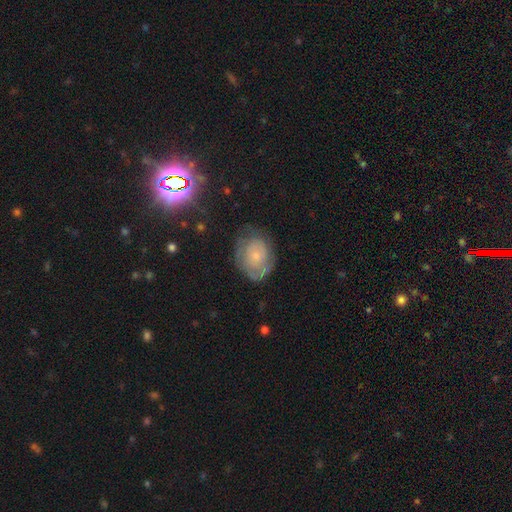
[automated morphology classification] A featured or disk galaxy (48%).

Vote fractions:
- Smooth or featured? featured or disk: 48% / smooth: 42% / star or artifact: 9%
- Merging? none: 58% / minor disturbance: 27% / major disturbance: 14% / merger: 2%